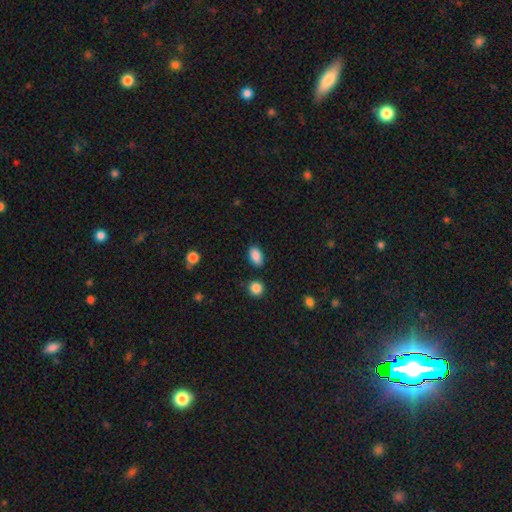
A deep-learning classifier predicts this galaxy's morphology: Q: Smooth or featured?
A: smooth (88%); runner-up: star or artifact (8%)
Q: How rounded?
A: in between (90%); runner-up: round (7%)
Q: Merging?
A: none (84%); runner-up: minor disturbance (10%)